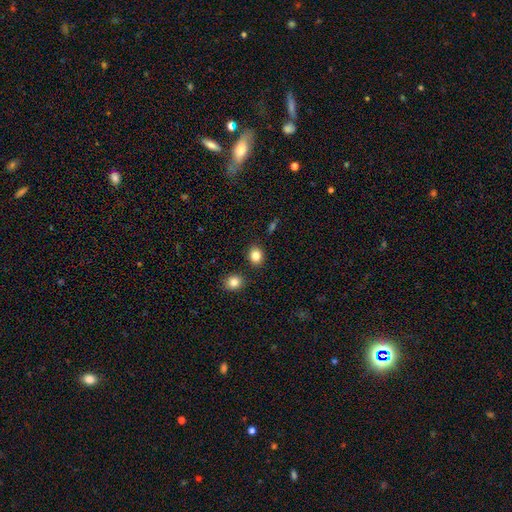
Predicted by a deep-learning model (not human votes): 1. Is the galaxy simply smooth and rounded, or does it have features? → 84% smooth, 10% star or artifact, 6% featured or disk.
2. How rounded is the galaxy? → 52% round, 47% in between, 1% cigar-shaped.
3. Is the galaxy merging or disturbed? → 86% none, 8% minor disturbance, 4% merger, 2% major disturbance.